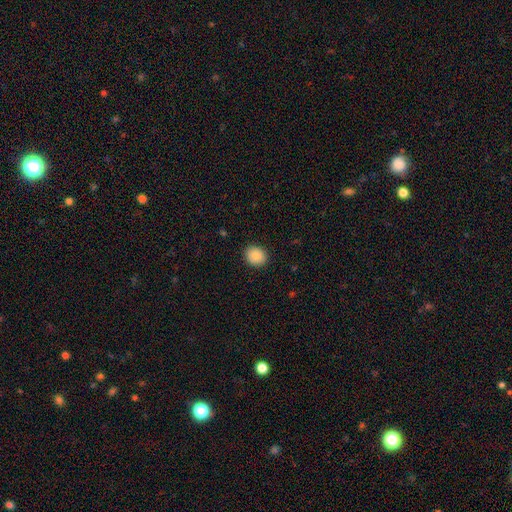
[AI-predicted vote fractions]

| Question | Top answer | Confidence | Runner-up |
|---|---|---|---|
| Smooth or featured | smooth | 86% | star or artifact (8%) |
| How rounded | round | 62% | in between (37%) |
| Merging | none | 90% | minor disturbance (7%) |